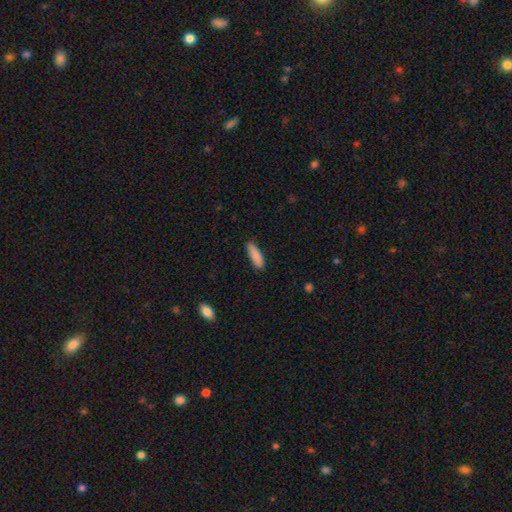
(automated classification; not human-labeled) smooth 89%, star or artifact 6%, featured or disk 5%. Down the decision tree: how rounded — cigar-shaped (61%); merging — none (87%).